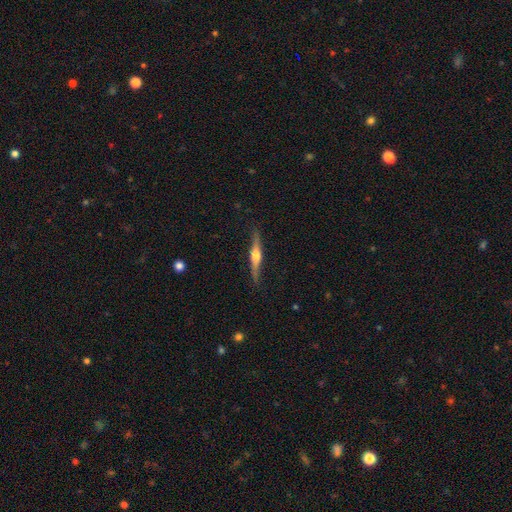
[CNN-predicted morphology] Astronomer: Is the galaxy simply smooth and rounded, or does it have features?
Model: featured or disk — 74%.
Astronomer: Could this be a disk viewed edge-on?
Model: yes — 97%.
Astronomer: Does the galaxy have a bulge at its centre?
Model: rounded — 83%.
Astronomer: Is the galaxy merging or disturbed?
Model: none — 86%.